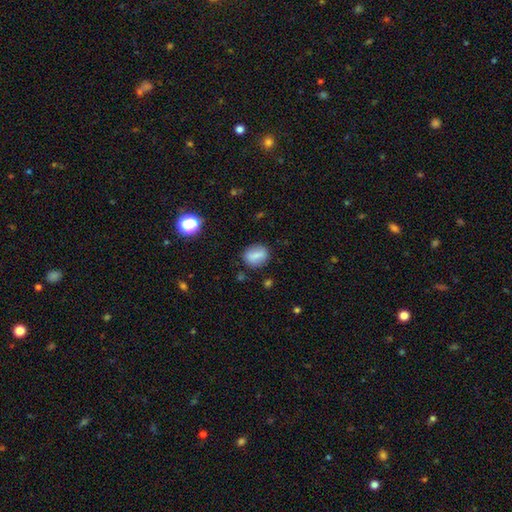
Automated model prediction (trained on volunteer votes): smooth-or-featured: smooth: 75% | featured or disk: 15% | star or artifact: 9%
  how-rounded: in between: 53% | round: 44% | cigar-shaped: 3%
  merging: none: 83% | minor disturbance: 12% | major disturbance: 3% | merger: 2%